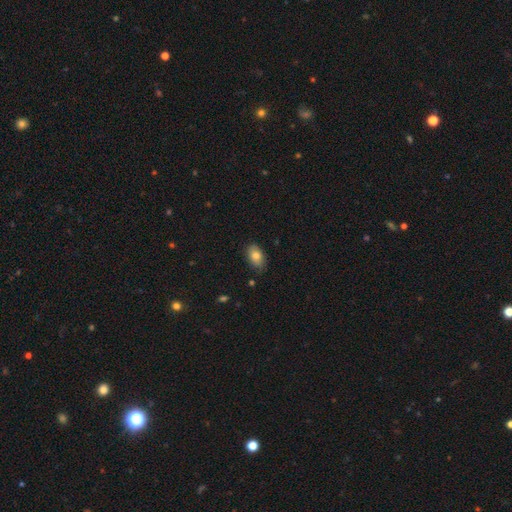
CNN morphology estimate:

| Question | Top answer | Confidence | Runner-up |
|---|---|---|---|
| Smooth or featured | smooth | 80% | featured or disk (12%) |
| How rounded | in between | 90% | round (8%) |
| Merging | none | 80% | minor disturbance (16%) |